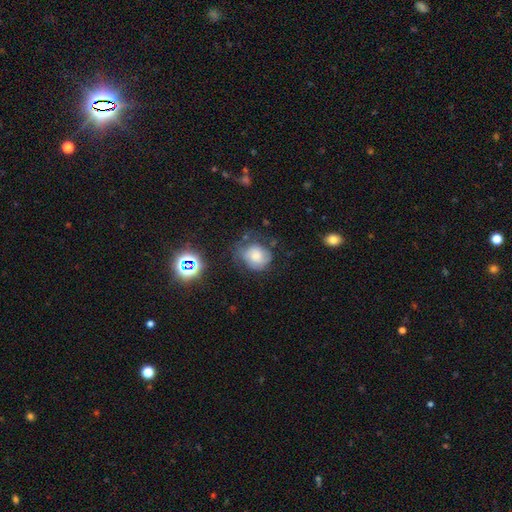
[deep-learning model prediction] Smooth or featured? Predicted: smooth (p=0.59). How rounded? Predicted: round (p=0.69). Merging? Predicted: none (p=0.46).